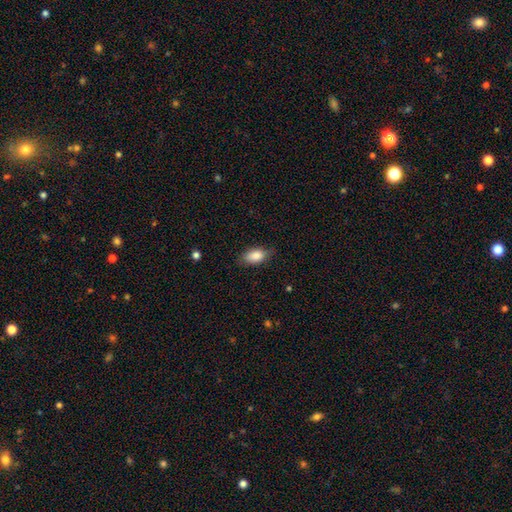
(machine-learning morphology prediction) Smooth or featured? smooth (84%)
How rounded? in between (90%)
Merging? none (75%)